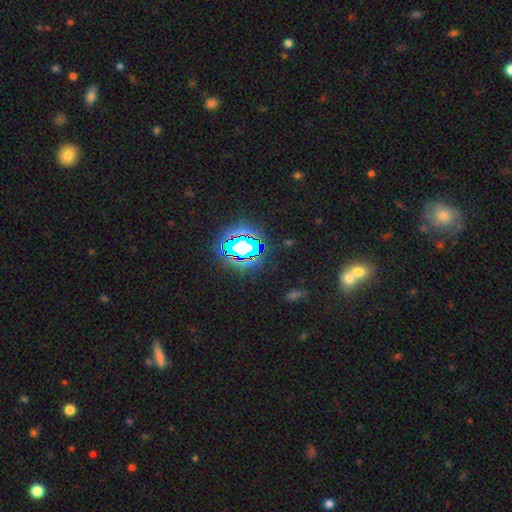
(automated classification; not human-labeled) star or artifact 76%, smooth 15%, featured or disk 9%.